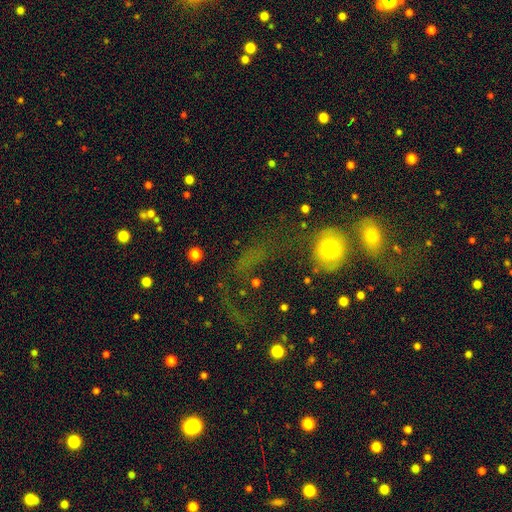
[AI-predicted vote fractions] A smooth galaxy with no disk features (46%). Merging: none (34%, tied with major disturbance).